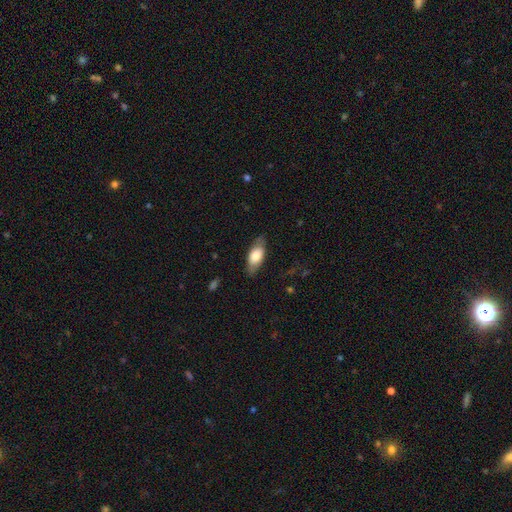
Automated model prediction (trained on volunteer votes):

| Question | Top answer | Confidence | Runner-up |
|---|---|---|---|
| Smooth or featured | smooth | 70% | featured or disk (24%) |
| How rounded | in between | 85% | cigar-shaped (12%) |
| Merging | none | 76% | minor disturbance (18%) |